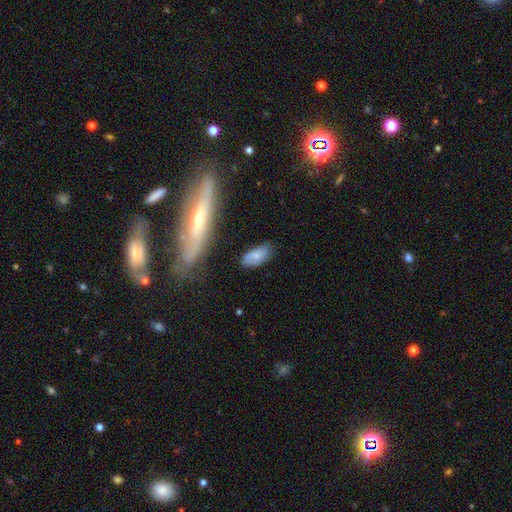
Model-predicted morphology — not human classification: Smooth or featured: smooth — 73% (featured or disk — 18%)
How rounded: in between — 89% (cigar-shaped — 8%)
Merging: none — 68% (minor disturbance — 22%)